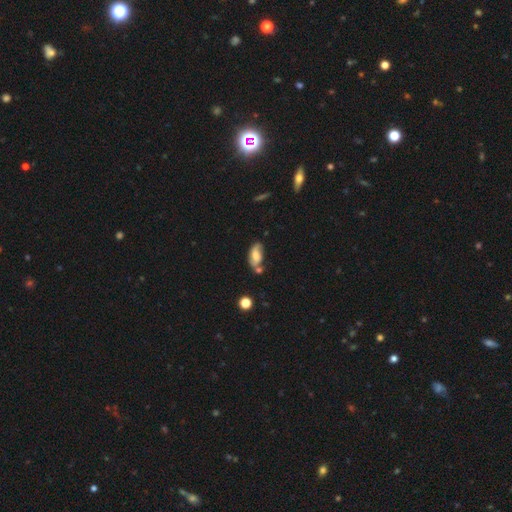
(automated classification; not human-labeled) A featured or disk galaxy (46%).

Vote fractions:
- Smooth or featured? featured or disk: 46% / smooth: 45% / star or artifact: 9%
- Merging? none: 48% / minor disturbance: 24% / merger: 19% / major disturbance: 8%